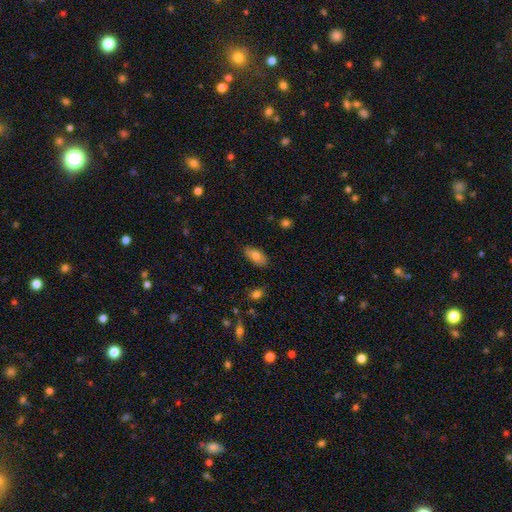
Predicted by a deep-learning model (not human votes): Q: Smooth or featured?
A: smooth (78%); runner-up: featured or disk (15%)
Q: How rounded?
A: in between (90%); runner-up: cigar-shaped (7%)
Q: Merging?
A: none (83%); runner-up: minor disturbance (13%)